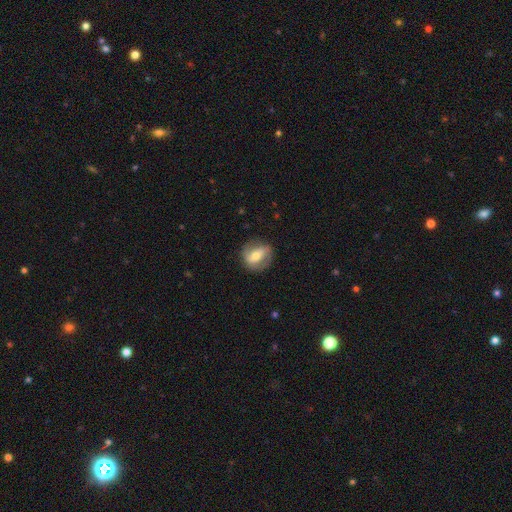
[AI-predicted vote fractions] smooth_or_featured: featured or disk (p=0.53) [alt: smooth p=0.40]
disk_edge_on: no (p=0.92) [alt: yes p=0.08]
merging: none (p=0.77) [alt: minor disturbance p=0.15]